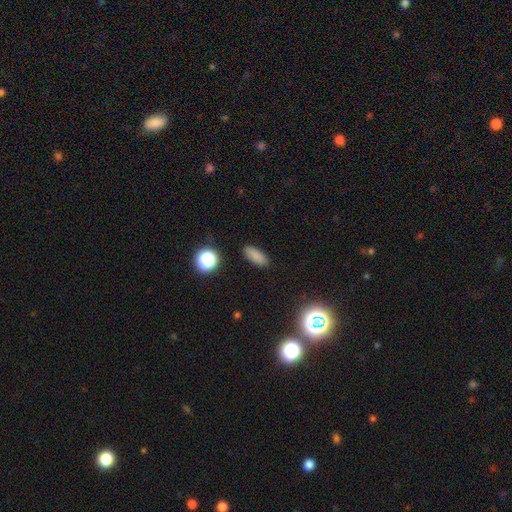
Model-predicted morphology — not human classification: smooth 82%, star or artifact 13%, featured or disk 5%. Down the decision tree: how rounded — in between (73%); merging — none (88%).